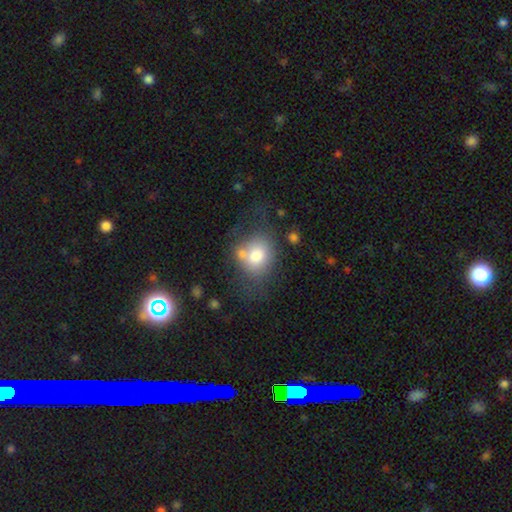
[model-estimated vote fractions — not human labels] Smooth or featured? smooth (74%)
How rounded? round (53%)
Merging? none (41%)